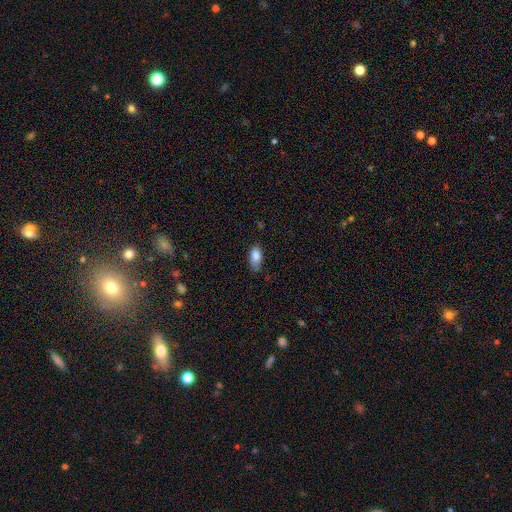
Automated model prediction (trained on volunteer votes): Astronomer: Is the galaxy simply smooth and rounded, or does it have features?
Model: smooth — 83%.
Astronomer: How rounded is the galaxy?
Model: in between — 89%.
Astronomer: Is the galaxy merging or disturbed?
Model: none — 53% (runner-up: minor disturbance, 36%).